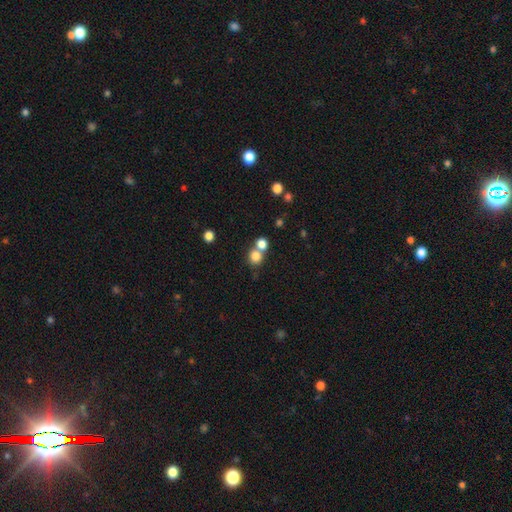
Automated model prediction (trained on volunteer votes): smooth 80%, star or artifact 13%, featured or disk 7%. Down the decision tree: how rounded — round (82%); merging — none (50%).